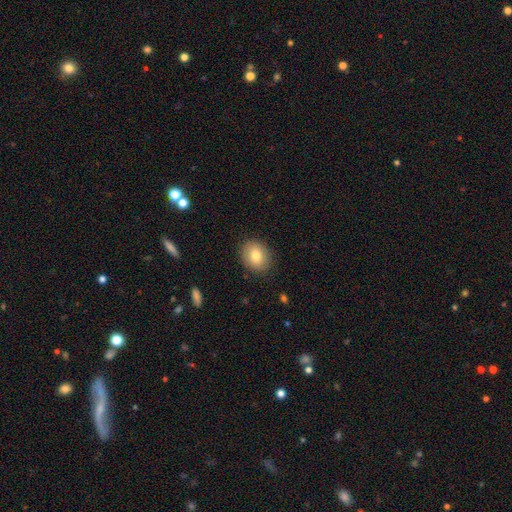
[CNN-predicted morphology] The model was most divided on "how rounded": round: 59%, in between: 40%, cigar-shaped: 1%. More confident: merging — none (87%); smooth or featured — smooth (80%).